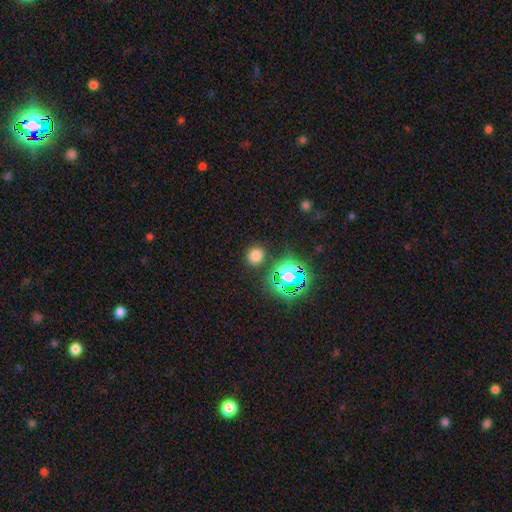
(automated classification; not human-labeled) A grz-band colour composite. It shows a smooth galaxy with no disk features (71%) that is round (82%). Merging: none (86%).